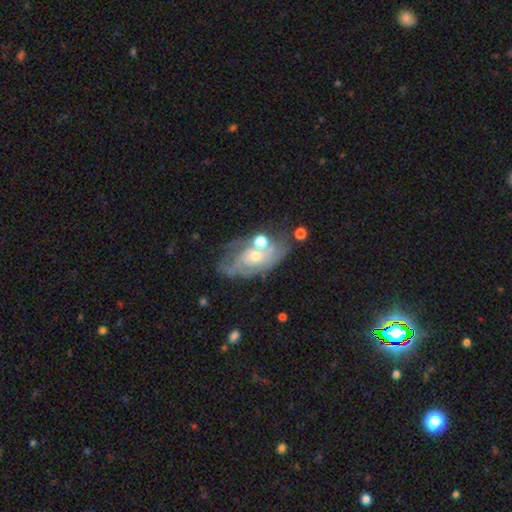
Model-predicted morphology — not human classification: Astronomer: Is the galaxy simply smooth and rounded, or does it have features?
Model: featured or disk — 73%.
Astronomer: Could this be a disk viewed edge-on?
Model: no — 94%.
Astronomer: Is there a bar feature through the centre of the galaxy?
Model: no — 77%.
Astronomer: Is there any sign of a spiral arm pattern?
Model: yes — 77%.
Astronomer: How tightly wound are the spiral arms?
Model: tight — 54% (runner-up: medium, 33%).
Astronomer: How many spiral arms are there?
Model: can't tell — 48% (runner-up: 2, 30%).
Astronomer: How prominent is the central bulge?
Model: small — 49% (runner-up: moderate, 45%).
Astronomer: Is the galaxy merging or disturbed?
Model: none — 49%.